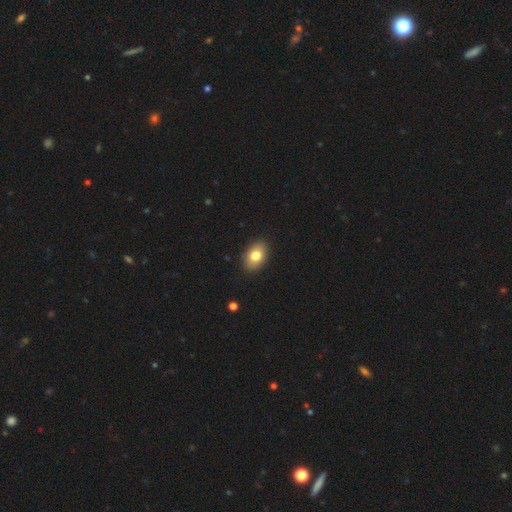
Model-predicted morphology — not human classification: Overall: smooth (81%). How rounded: in between (85%). Merging: none (89%).